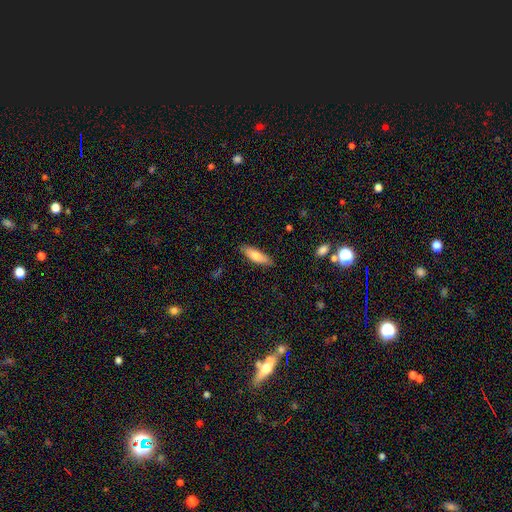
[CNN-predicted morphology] The model was most divided on "how rounded": cigar-shaped: 50%, in between: 48%, round: 2%. More confident: merging — none (85%); smooth or featured — smooth (75%).